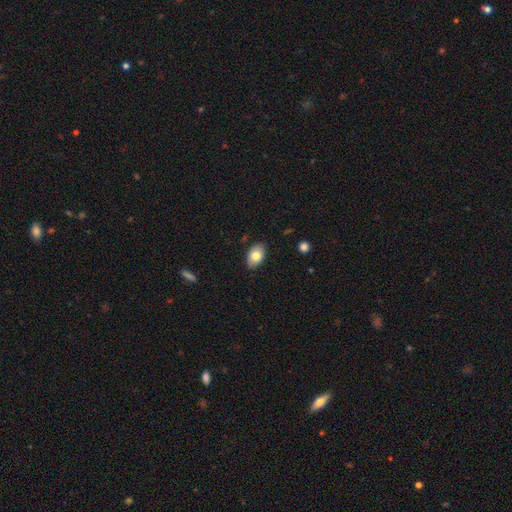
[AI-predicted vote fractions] A smooth galaxy with no disk features (78%) that is in between round and cigar-shaped (90%).

Vote fractions:
- Smooth or featured? smooth: 78% / featured or disk: 15% / star or artifact: 7%
- How rounded? in between: 90% / round: 8% / cigar-shaped: 1%
- Merging? none: 84% / minor disturbance: 13% / major disturbance: 2% / merger: 1%